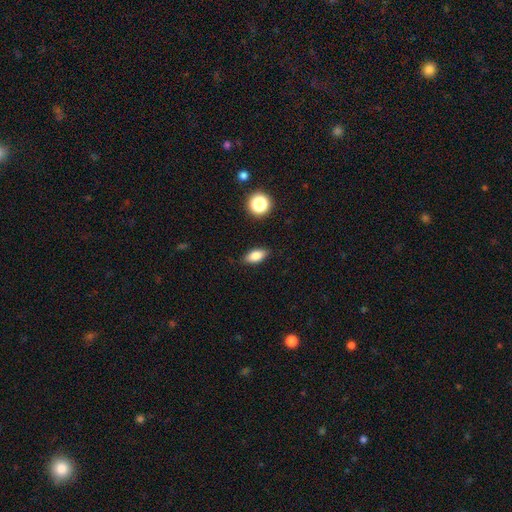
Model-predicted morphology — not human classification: smooth-or-featured: smooth: 82% | star or artifact: 9% | featured or disk: 9%
  how-rounded: in between: 85% | cigar-shaped: 8% | round: 6%
  merging: none: 87% | minor disturbance: 10% | major disturbance: 2% | merger: 1%